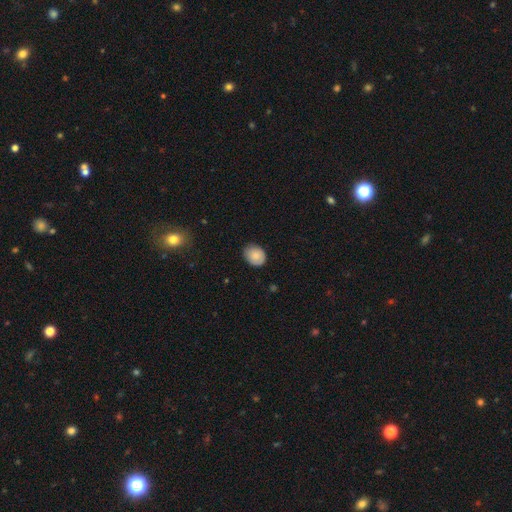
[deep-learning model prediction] A smooth galaxy with no disk features (81%) that is round (52%). Merging: none (81%).